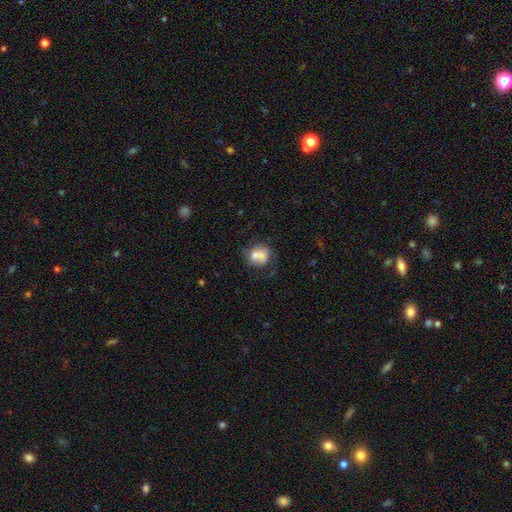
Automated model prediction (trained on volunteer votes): smooth_or_featured: smooth (p=0.57) [alt: featured or disk p=0.31]
how_rounded: round (p=0.61) [alt: in between p=0.37]
merging: none (p=0.45) [alt: merger p=0.21]